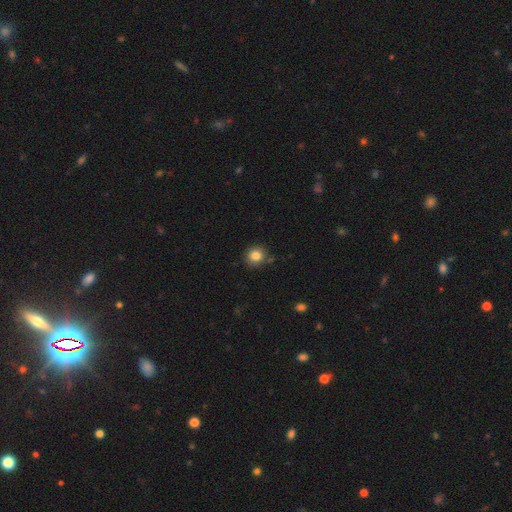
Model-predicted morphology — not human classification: This appears to be a smooth galaxy with no disk features (83%) that is round (87%). Merging: none (81%).